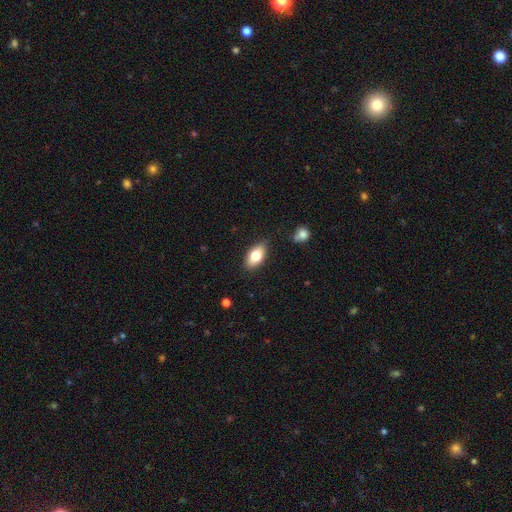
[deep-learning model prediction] This appears to be a smooth galaxy with no disk features (77%) that is in between round and cigar-shaped (90%). Merging: none (84%).